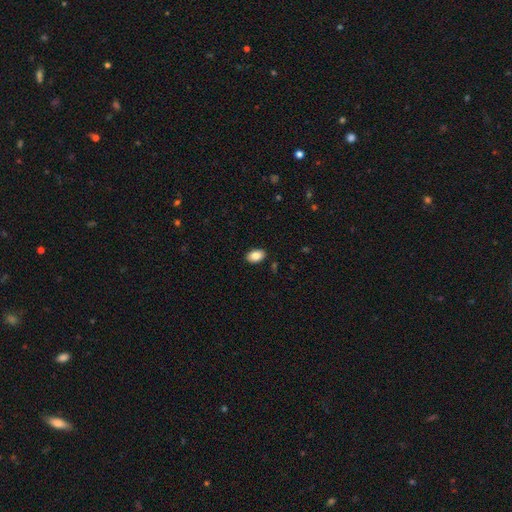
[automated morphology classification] type=smooth (86%); roundness=in between (90%); merging=none (89%).